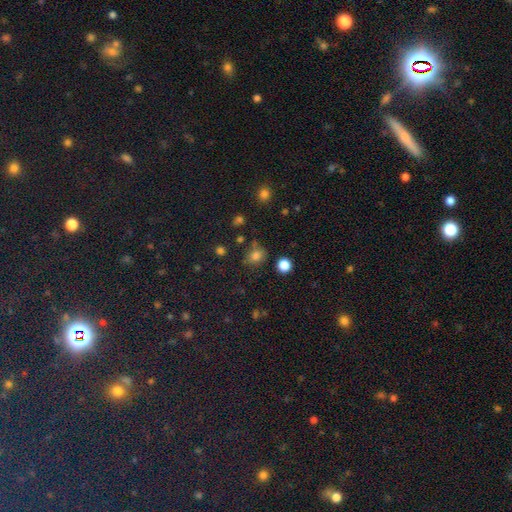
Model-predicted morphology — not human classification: smooth 77%, star or artifact 16%, featured or disk 7%. Down the decision tree: how rounded — round (65%); merging — none (69%).